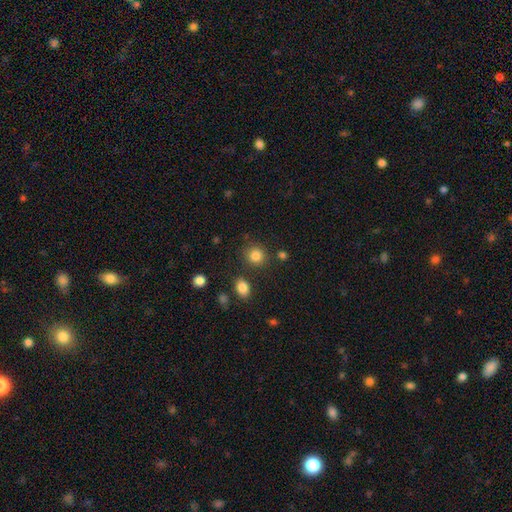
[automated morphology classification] smooth 84%, star or artifact 11%, featured or disk 5%. Down the decision tree: how rounded — round (86%); merging — none (83%).